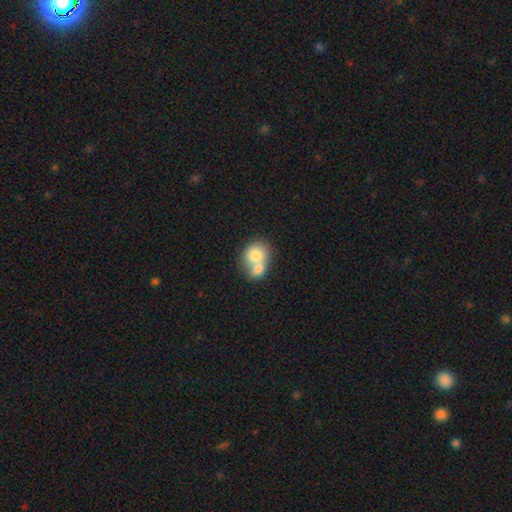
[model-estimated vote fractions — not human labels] smooth-or-featured: smooth: 74% | featured or disk: 18% | star or artifact: 8%
  how-rounded: round: 62% | in between: 37% | cigar-shaped: 1%
  merging: merger: 69% | none: 20% | minor disturbance: 7% | major disturbance: 3%